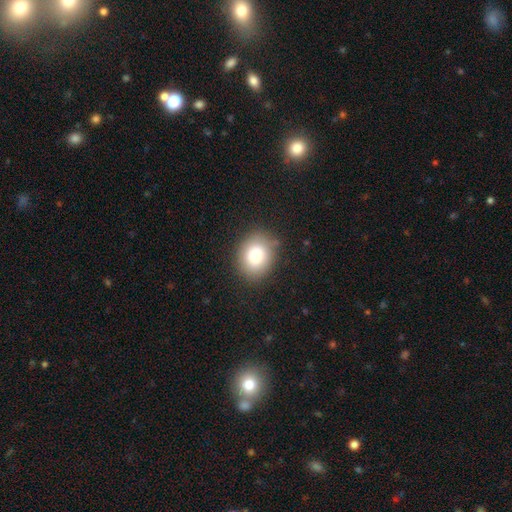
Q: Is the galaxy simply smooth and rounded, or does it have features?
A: smooth — 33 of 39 (85%).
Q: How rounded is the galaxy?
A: in between — 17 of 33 (52%).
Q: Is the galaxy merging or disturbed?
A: none — 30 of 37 (81%).